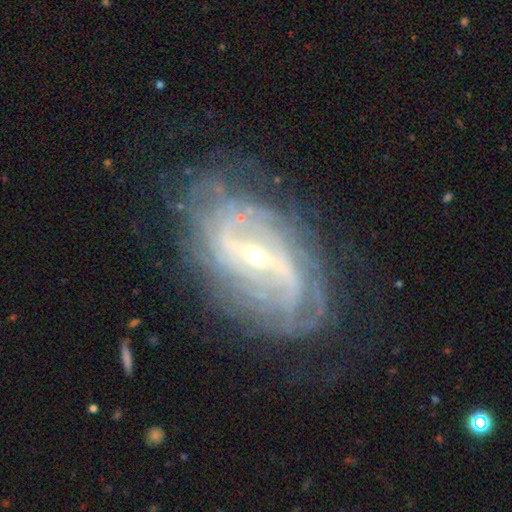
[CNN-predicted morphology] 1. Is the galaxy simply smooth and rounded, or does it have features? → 89% featured or disk, 6% star or artifact, 5% smooth.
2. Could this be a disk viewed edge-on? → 95% no, 5% yes.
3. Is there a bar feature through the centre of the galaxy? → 48% strong, 39% weak, 13% no.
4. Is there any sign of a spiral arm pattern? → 95% yes, 5% no.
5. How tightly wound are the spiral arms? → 45% tight, 36% medium, 20% loose.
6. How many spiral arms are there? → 37% 2, 31% can't tell, 10% 3, 9% 4, 7% more than 4, 6% 1.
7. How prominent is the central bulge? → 72% small, 24% moderate, 1% large, 1% none, 1% dominant.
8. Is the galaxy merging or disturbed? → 71% none, 18% minor disturbance, 9% major disturbance, 2% merger.